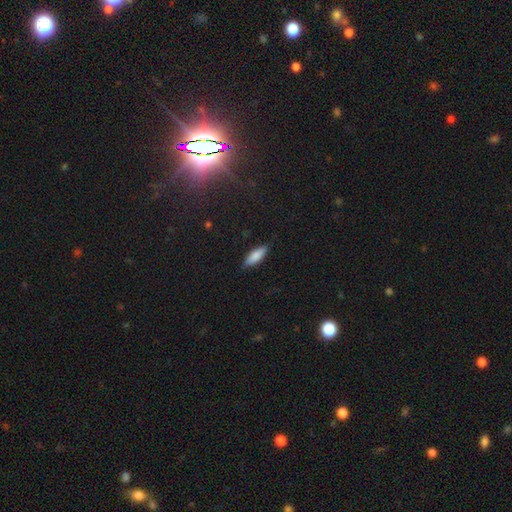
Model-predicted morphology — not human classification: This appears to be a smooth galaxy with no disk features (81%) that is in between round and cigar-shaped (56%). Merging: none (84%).